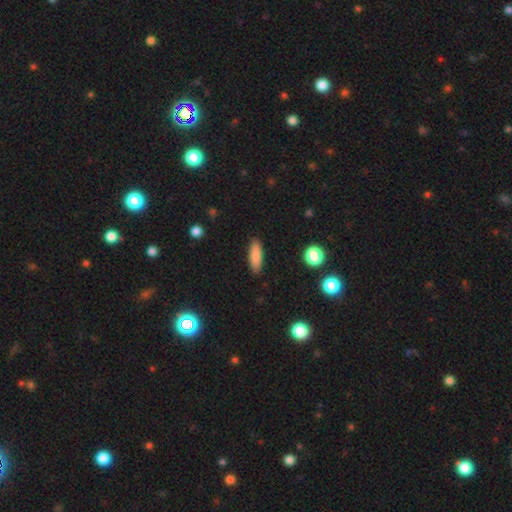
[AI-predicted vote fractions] Smooth or featured: smooth — 84% (featured or disk — 8%)
How rounded: in between — 51% (cigar-shaped — 47%)
Merging: none — 89% (minor disturbance — 8%)